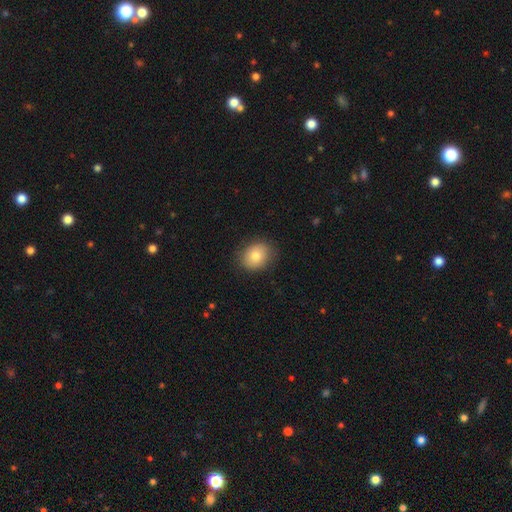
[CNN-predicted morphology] Smooth or featured? Predicted: smooth (p=0.80). How rounded? Predicted: round (p=0.52). Merging? Predicted: none (p=0.85).